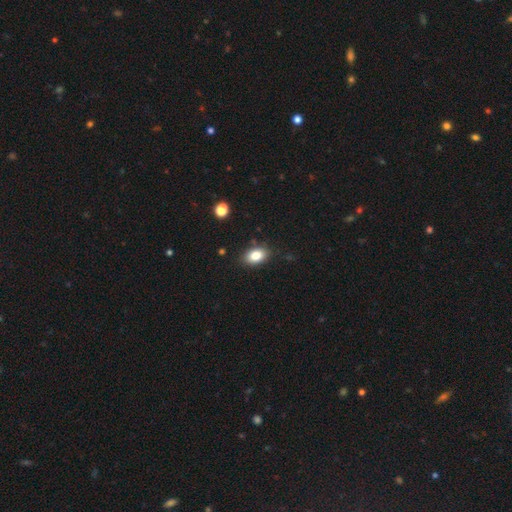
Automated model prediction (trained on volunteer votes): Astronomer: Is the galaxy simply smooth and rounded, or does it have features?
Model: smooth — 84%.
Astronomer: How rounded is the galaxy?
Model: in between — 88%.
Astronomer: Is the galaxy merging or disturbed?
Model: none — 83%.